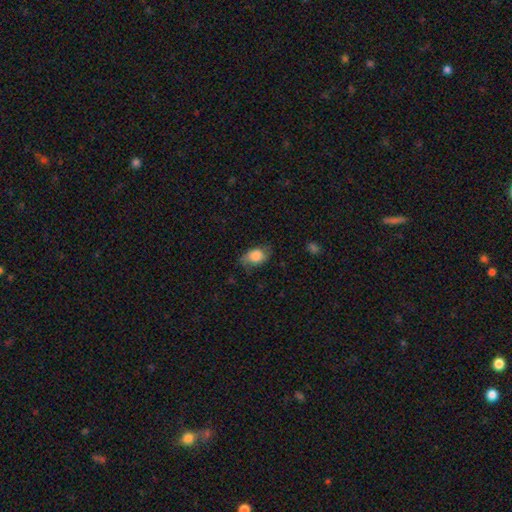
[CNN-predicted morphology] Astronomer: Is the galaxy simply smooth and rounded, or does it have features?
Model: smooth — 69%.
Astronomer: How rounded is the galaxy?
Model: in between — 82%.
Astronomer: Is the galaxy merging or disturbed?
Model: none — 60%.